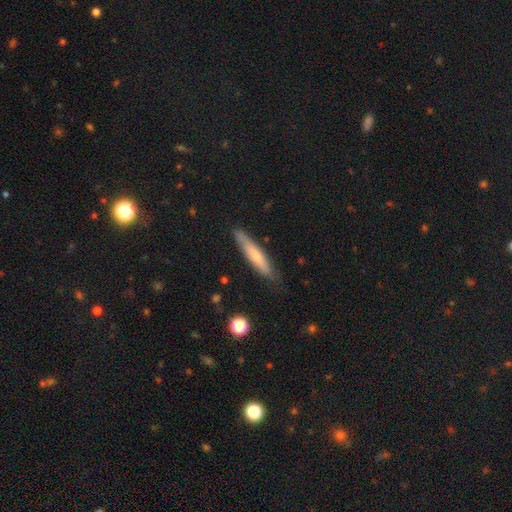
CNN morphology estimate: smooth-or-featured: smooth: 66% | featured or disk: 28% | star or artifact: 6%
  how-rounded: cigar-shaped: 89% | in between: 10% | round: 1%
  merging: none: 82% | minor disturbance: 14% | major disturbance: 2% | merger: 2%